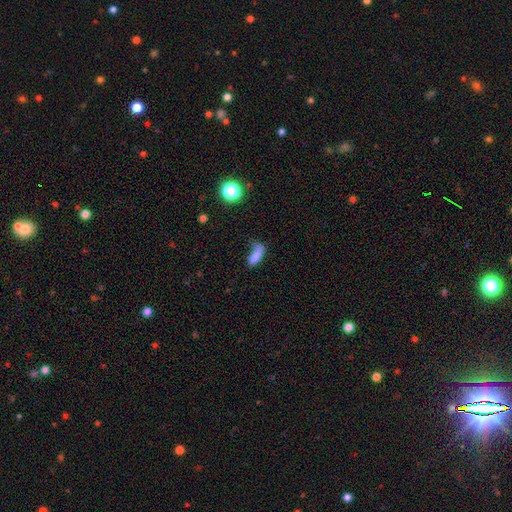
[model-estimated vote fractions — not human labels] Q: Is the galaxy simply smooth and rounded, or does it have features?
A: smooth — 75%.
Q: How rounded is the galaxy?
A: in between — 70%.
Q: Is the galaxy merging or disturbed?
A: none — 32%.